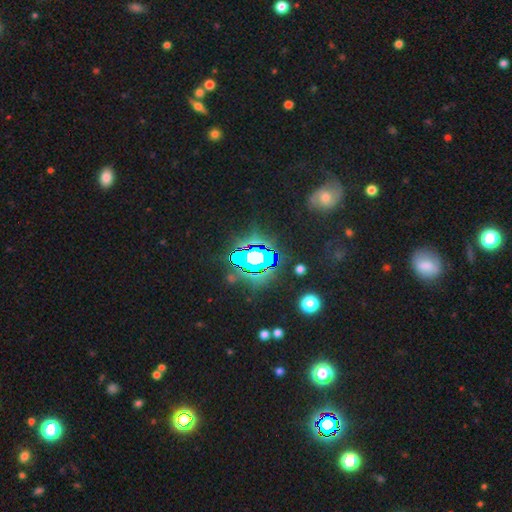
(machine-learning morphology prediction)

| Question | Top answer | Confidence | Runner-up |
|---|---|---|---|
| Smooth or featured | star or artifact | 66% | smooth (18%) |